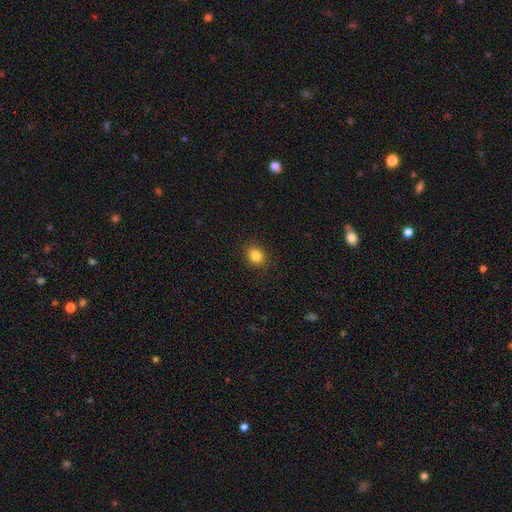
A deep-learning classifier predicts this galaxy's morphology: Smooth or featured: smooth — 84% (star or artifact — 11%)
How rounded: round — 60% (in between — 39%)
Merging: none — 90% (minor disturbance — 7%)